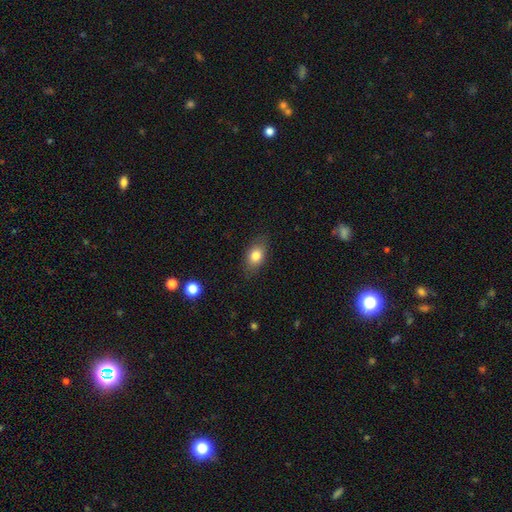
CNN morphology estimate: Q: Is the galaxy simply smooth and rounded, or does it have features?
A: smooth — 79%.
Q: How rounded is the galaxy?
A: in between — 81%.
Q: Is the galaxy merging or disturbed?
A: none — 83%.